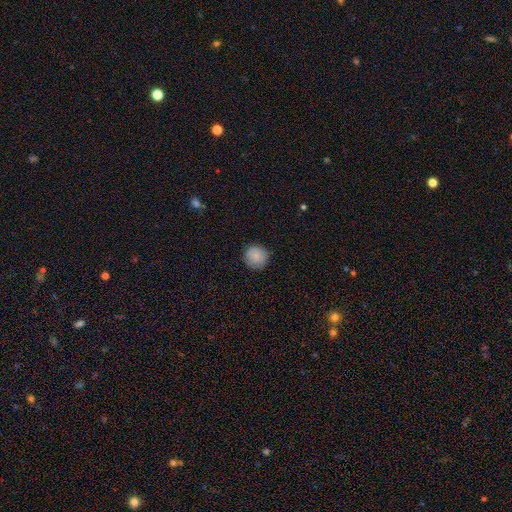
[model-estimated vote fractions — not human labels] smooth-or-featured: smooth: 87% | star or artifact: 8% | featured or disk: 5%
  how-rounded: round: 94% | in between: 5% | cigar-shaped: 1%
  merging: none: 89% | minor disturbance: 8% | major disturbance: 2% | merger: 1%